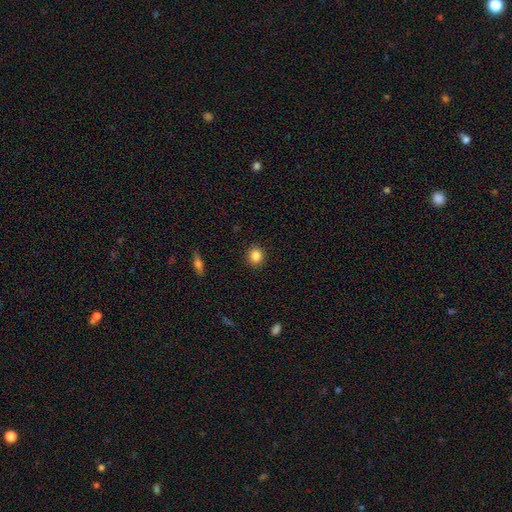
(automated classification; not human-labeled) A smooth galaxy with no disk features (85%) that is round (87%).

Vote fractions:
- Smooth or featured? smooth: 85% / star or artifact: 10% / featured or disk: 5%
- How rounded? round: 87% / in between: 12% / cigar-shaped: 1%
- Merging? none: 92% / minor disturbance: 5% / major disturbance: 2% / merger: 1%